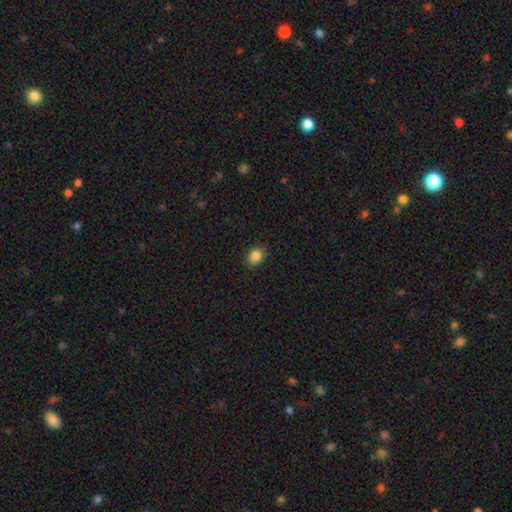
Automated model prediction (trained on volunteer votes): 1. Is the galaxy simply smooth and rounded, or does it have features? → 87% smooth, 10% star or artifact, 4% featured or disk.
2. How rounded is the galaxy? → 51% in between, 48% round, 1% cigar-shaped.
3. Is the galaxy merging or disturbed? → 89% none, 8% minor disturbance, 2% major disturbance, 1% merger.